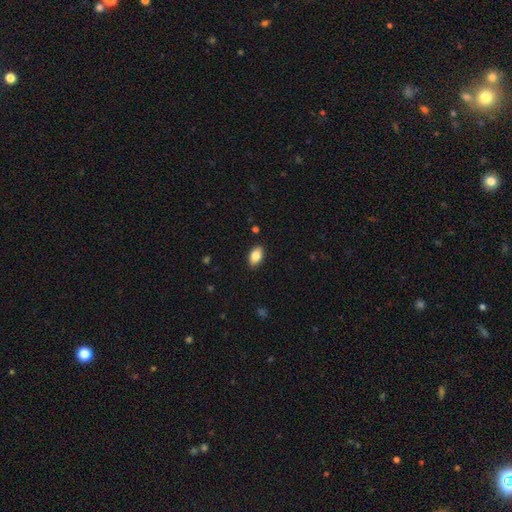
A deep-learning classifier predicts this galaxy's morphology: Smooth or featured: smooth — 85% (featured or disk — 7%)
How rounded: in between — 91% (round — 6%)
Merging: none — 88% (minor disturbance — 9%)